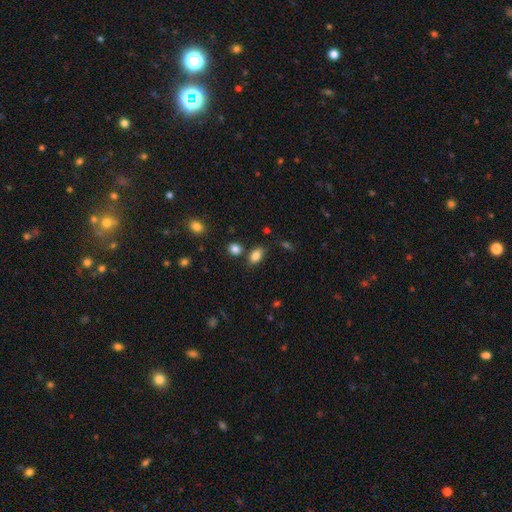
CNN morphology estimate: Q: Smooth or featured?
A: smooth (84%); runner-up: star or artifact (10%)
Q: How rounded?
A: in between (86%); runner-up: round (12%)
Q: Merging?
A: none (71%); runner-up: minor disturbance (15%)